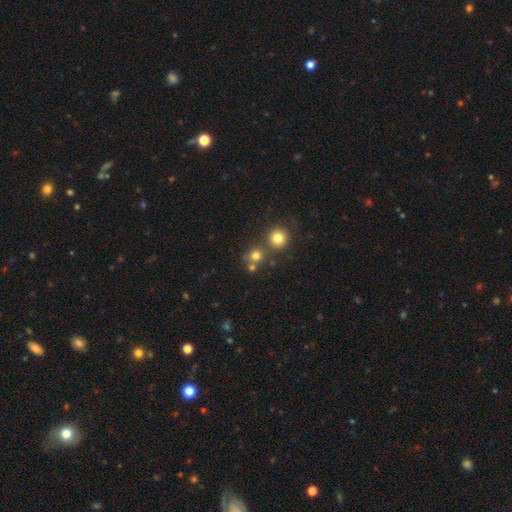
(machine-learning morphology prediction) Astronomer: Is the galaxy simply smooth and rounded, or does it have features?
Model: smooth — 72%.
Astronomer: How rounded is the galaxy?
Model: round — 89%.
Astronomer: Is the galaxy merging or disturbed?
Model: none — 61%.